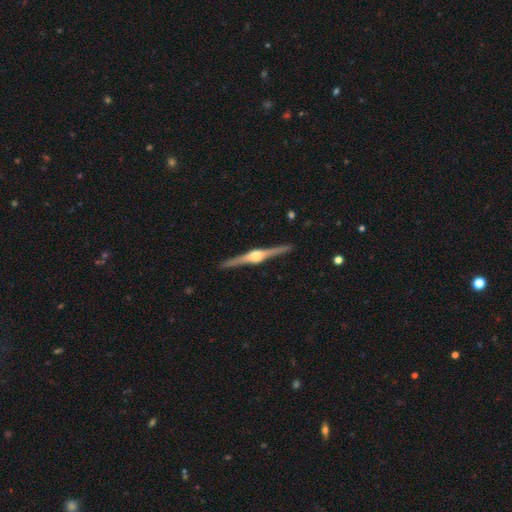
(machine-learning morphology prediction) This is clearly a featured or disk galaxy (89%). It is clearly viewed edge-on (99%). Edge-on bulge: clearly rounded (94%). Merging: clearly none (92%).